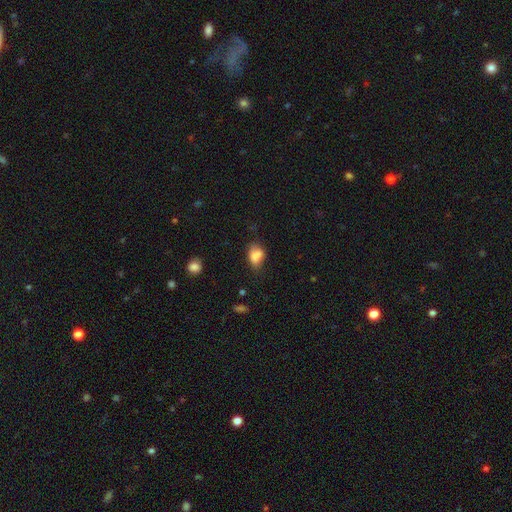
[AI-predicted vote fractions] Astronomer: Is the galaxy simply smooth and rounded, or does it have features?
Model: smooth — 77%.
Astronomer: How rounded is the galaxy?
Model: in between — 76%.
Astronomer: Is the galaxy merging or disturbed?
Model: none — 43% (runner-up: minor disturbance, 33%).